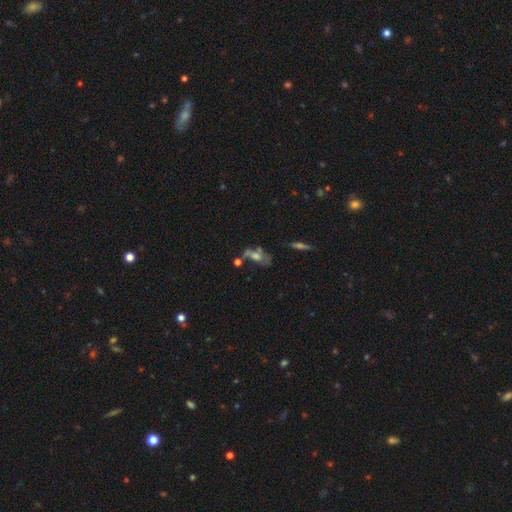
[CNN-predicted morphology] Smooth or featured?
  - featured or disk: 44% *
  - smooth: 41%
  - star or artifact: 15%
Merging?
  - merger: 30% *
  - none: 28%
  - major disturbance: 25%
  - minor disturbance: 17%